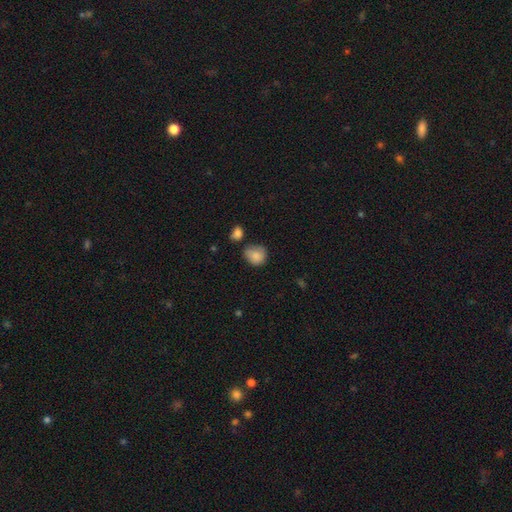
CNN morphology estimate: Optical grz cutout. It shows a smooth galaxy with no disk features (84%) that is round (67%). Merging: none (50%).